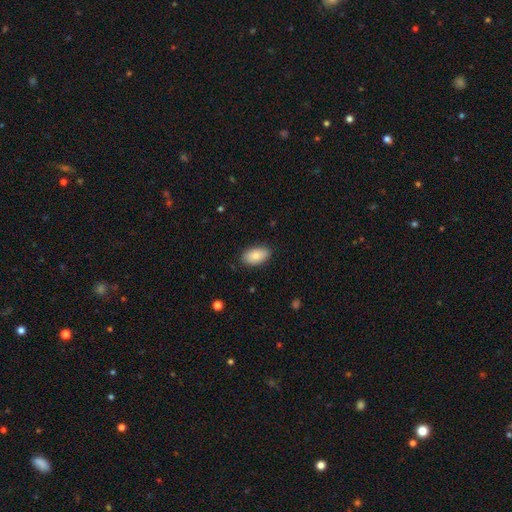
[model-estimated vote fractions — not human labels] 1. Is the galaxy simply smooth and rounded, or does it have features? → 85% smooth, 9% featured or disk, 7% star or artifact.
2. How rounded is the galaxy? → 94% in between, 4% round, 2% cigar-shaped.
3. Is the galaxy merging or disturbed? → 86% none, 11% minor disturbance, 2% major disturbance, 1% merger.